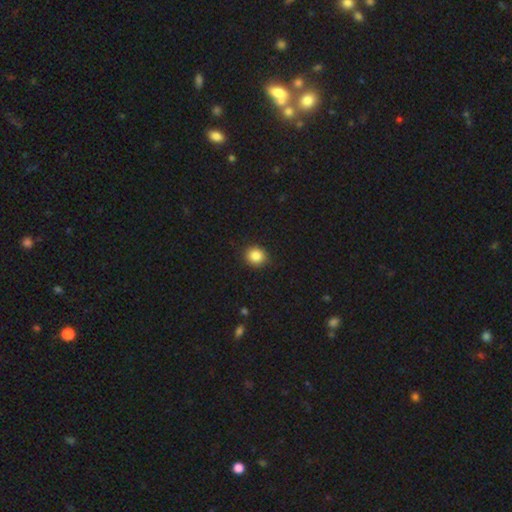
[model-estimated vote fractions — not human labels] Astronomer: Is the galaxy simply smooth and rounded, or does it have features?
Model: smooth — 86%.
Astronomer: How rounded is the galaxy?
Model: round — 83%.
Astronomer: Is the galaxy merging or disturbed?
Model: none — 89%.